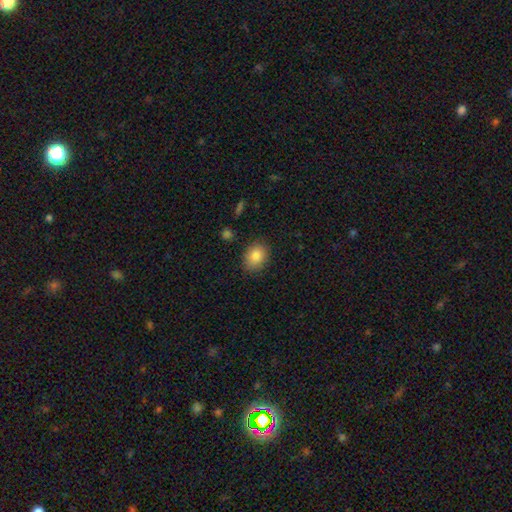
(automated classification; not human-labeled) A smooth galaxy with no disk features (85%) that is in between round and cigar-shaped (58%). Merging: none (85%).